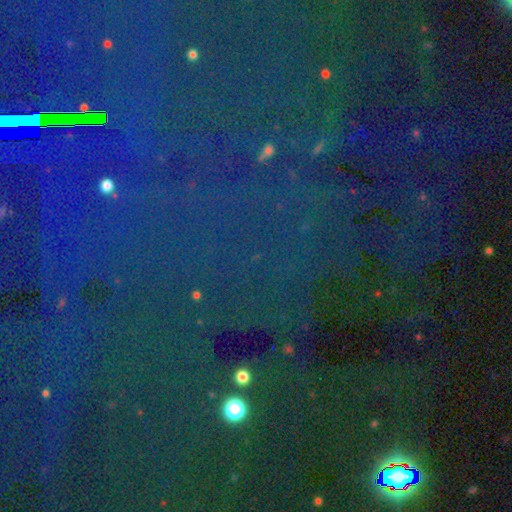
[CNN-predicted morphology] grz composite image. It shows a star or artifact, not a galaxy (83%).